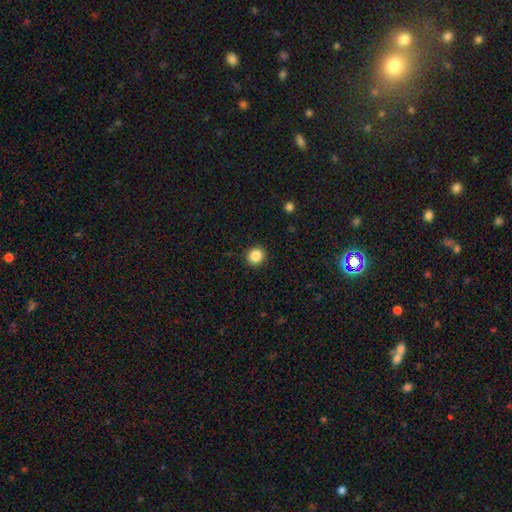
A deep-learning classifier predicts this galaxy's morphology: Smooth or featured?
  - smooth: 85% *
  - star or artifact: 10%
  - featured or disk: 4%
How rounded?
  - round: 87% *
  - in between: 12%
  - cigar-shaped: 1%
Merging?
  - none: 92% *
  - minor disturbance: 6%
  - major disturbance: 2%
  - merger: 1%